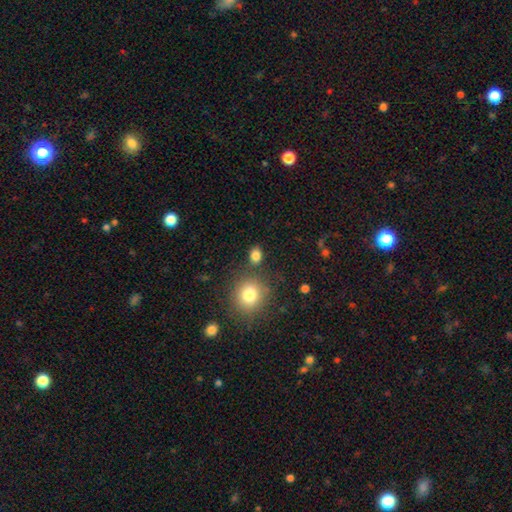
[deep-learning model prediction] This appears to be a smooth galaxy with no disk features (83%) that is in between round and cigar-shaped (59%). Merging: none (78%).